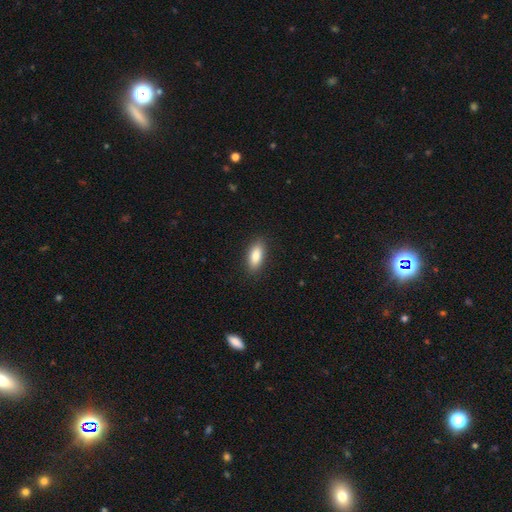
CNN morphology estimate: type=smooth (86%); roundness=in between (82%); merging=none (88%).